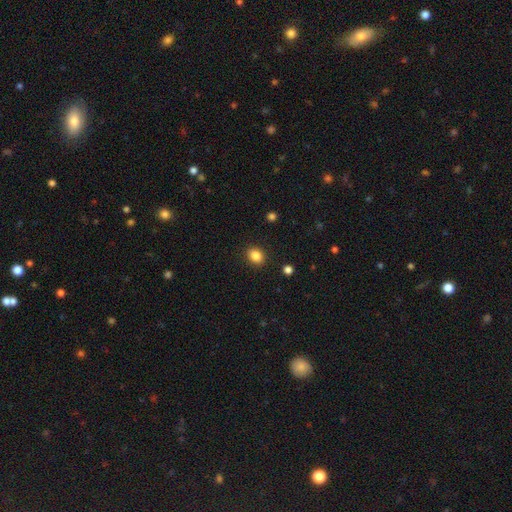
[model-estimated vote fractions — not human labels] smooth-or-featured: smooth: 85% | star or artifact: 10% | featured or disk: 5%
  how-rounded: round: 54% | in between: 45% | cigar-shaped: 1%
  merging: none: 89% | minor disturbance: 7% | major disturbance: 2% | merger: 1%